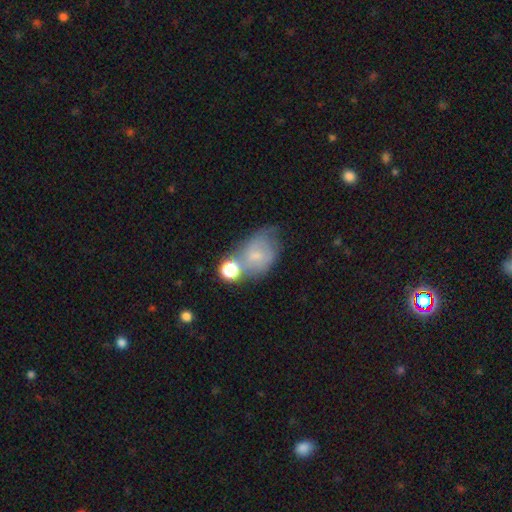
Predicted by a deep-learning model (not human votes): A smooth galaxy with no disk features (52%) that is in between round and cigar-shaped (73%).

Vote fractions:
- Smooth or featured? smooth: 52% / featured or disk: 34% / star or artifact: 13%
- How rounded? in between: 73% / round: 26% / cigar-shaped: 1%
- Merging? none: 36% / minor disturbance: 27% / merger: 21% / major disturbance: 17%